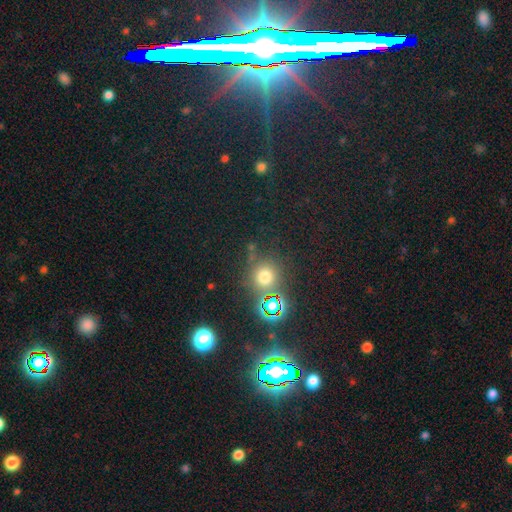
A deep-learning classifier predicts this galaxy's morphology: Overall: star or artifact (50%; smooth 40%).